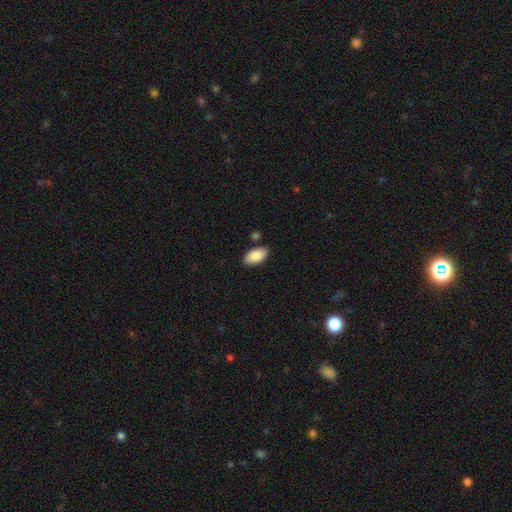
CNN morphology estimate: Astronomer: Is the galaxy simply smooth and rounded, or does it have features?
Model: smooth — 87%.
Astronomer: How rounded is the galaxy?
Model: in between — 95%.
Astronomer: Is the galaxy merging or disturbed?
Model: none — 82%.